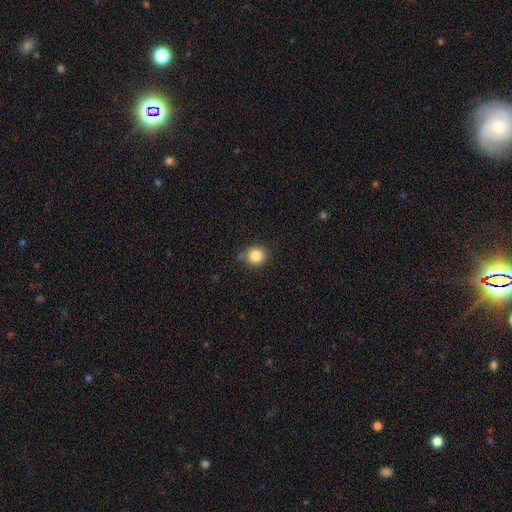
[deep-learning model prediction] Morphology: type=smooth (85%); roundness=round (85%); merging=none (78%).